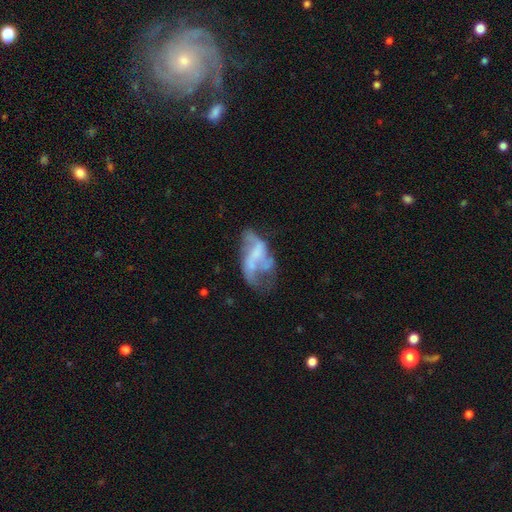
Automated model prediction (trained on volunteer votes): Smooth or featured? Predicted: featured or disk (p=0.67). Edge-on disk? Predicted: no (p=0.97). Bar? Predicted: no (p=0.57). Spiral arms? Predicted: yes (p=0.55). Bulge size? Predicted: none (p=0.57). Merging? Predicted: major disturbance (p=0.39).